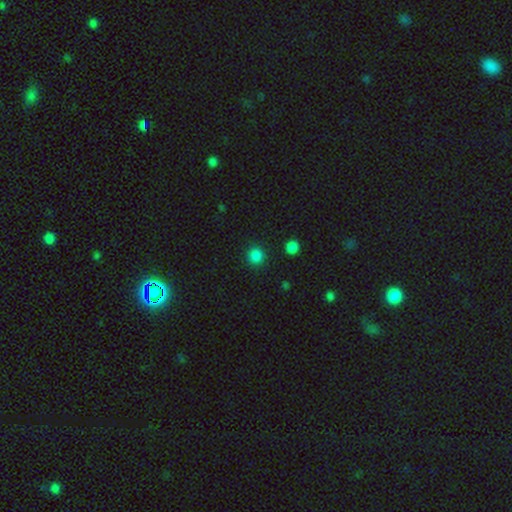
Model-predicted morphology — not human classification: Smooth or featured: smooth — 84% (star or artifact — 13%)
How rounded: round — 92% (in between — 7%)
Merging: none — 90% (minor disturbance — 6%)